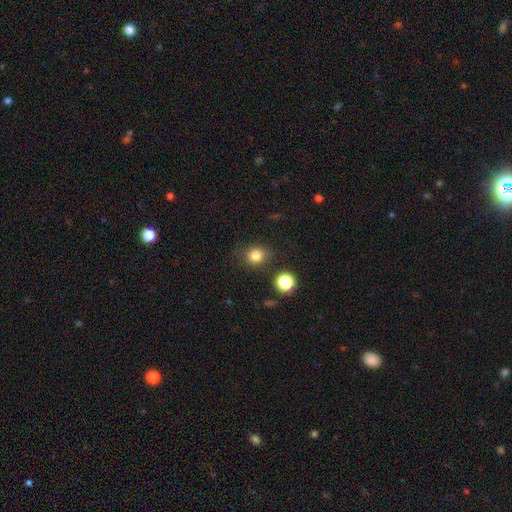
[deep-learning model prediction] Overall: smooth (81%). How rounded: round (71%). Merging: none (80%).